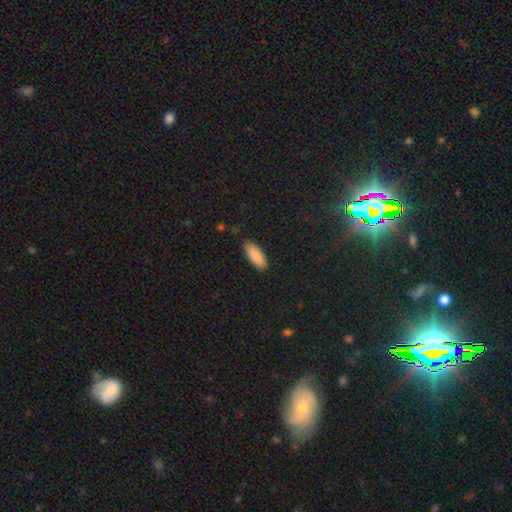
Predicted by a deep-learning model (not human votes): smooth_or_featured: smooth (p=0.89) [alt: star or artifact p=0.06]
how_rounded: in between (p=0.76) [alt: cigar-shaped p=0.22]
merging: none (p=0.87) [alt: minor disturbance p=0.10]